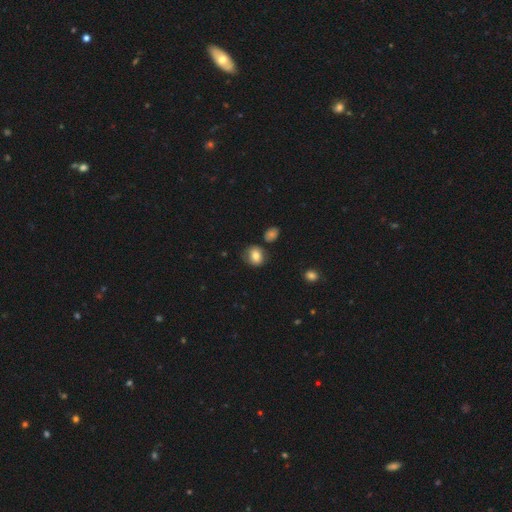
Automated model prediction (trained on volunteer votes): Morphology: type=smooth (77%); roundness=round (67%); merging=none (72%).